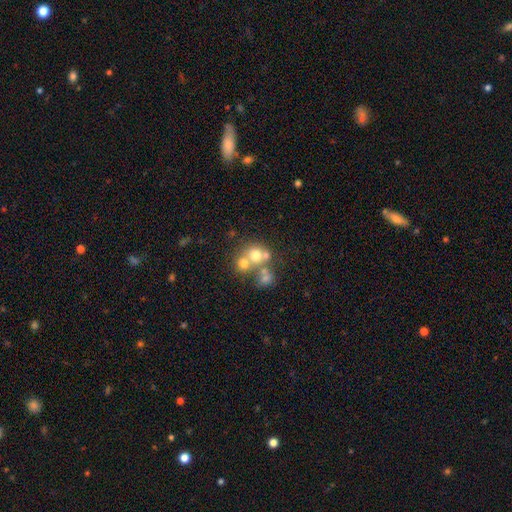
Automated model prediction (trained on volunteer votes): This is likely a smooth galaxy (61%). How rounded: clearly round (82%). Merging: possibly merger (49%).